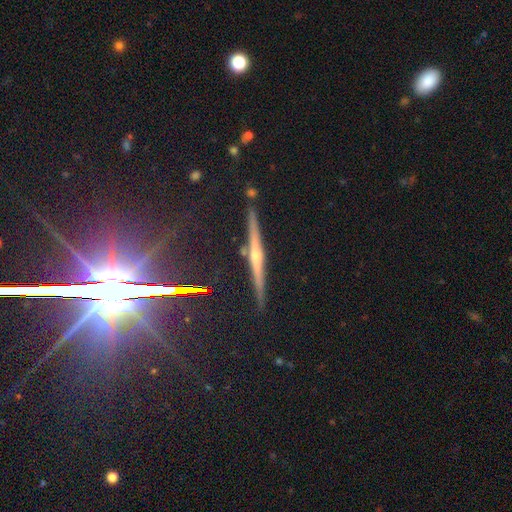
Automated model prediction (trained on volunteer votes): A featured or disk galaxy (77%) viewed edge-on (98%) with a rounded central bulge (80%).

Vote fractions:
- Smooth or featured? featured or disk: 77% / star or artifact: 12% / smooth: 10%
- Edge-on disk? yes: 98% / no: 2%
- Edge-on bulge? rounded: 80% / none: 13% / boxy: 7%
- Merging? none: 87% / minor disturbance: 9% / merger: 2% / major disturbance: 2%